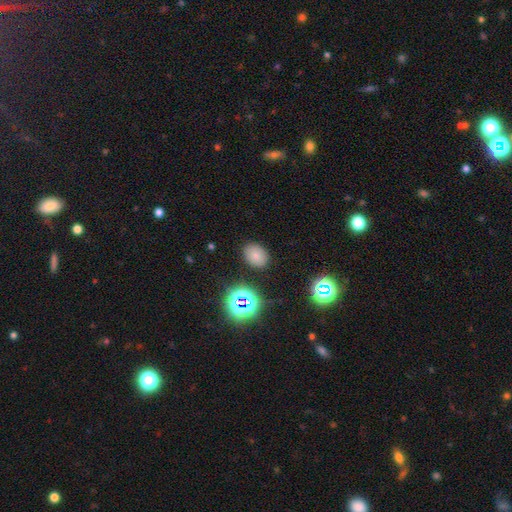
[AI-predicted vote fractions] smooth-or-featured: smooth: 73% | star or artifact: 18% | featured or disk: 8%
  how-rounded: in between: 68% | round: 31% | cigar-shaped: 1%
  merging: none: 86% | minor disturbance: 10% | major disturbance: 3% | merger: 2%